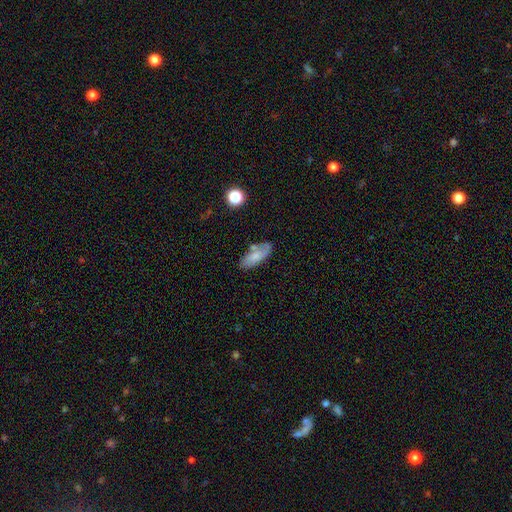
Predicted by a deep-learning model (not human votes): smooth-or-featured: smooth: 71% | featured or disk: 22% | star or artifact: 8%
  how-rounded: in between: 81% | cigar-shaped: 17% | round: 3%
  merging: none: 63% | minor disturbance: 21% | merger: 11% | major disturbance: 6%